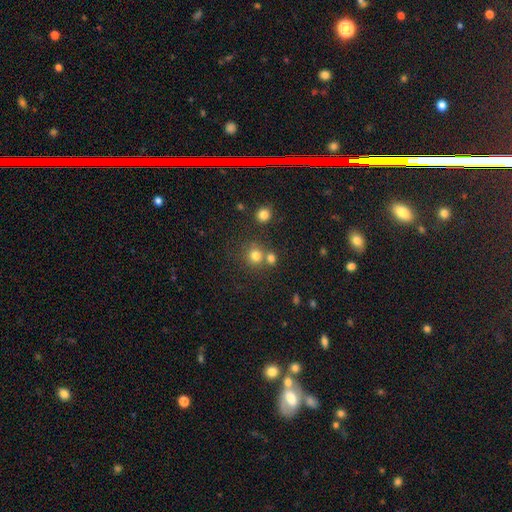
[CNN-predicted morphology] This is likely a smooth galaxy (77%). How rounded: clearly round (88%). Merging: possibly none (60%).